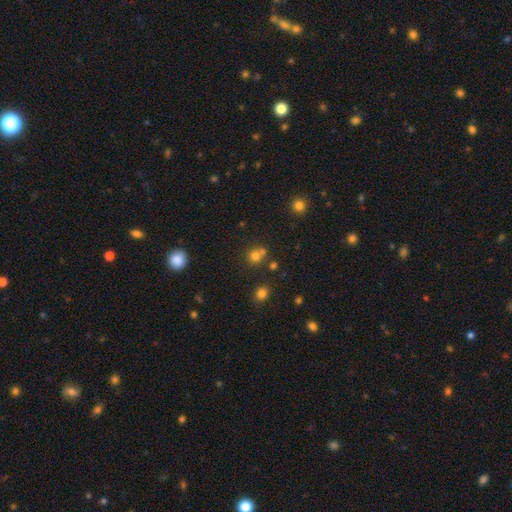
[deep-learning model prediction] This appears to be a smooth galaxy with no disk features (73%) that is round (85%). Merging: none (54%).